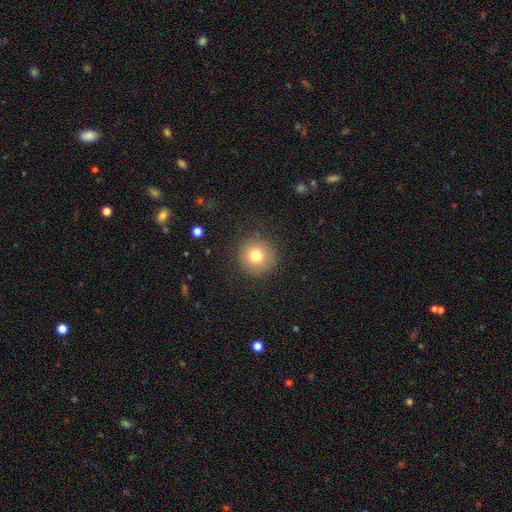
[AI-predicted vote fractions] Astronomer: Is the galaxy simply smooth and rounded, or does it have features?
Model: smooth — 76%.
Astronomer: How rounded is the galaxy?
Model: round — 94%.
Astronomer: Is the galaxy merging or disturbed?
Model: none — 85%.